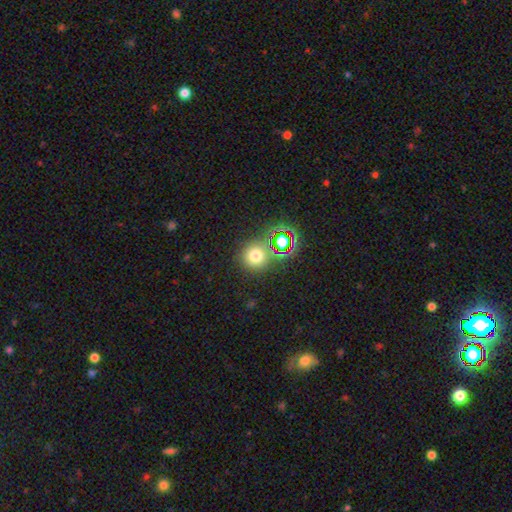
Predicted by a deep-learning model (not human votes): A smooth galaxy with no disk features (66%) that is round (89%).

Vote fractions:
- Smooth or featured? smooth: 66% / star or artifact: 27% / featured or disk: 7%
- How rounded? round: 89% / in between: 10% / cigar-shaped: 1%
- Merging? none: 76% / merger: 12% / minor disturbance: 9% / major disturbance: 4%